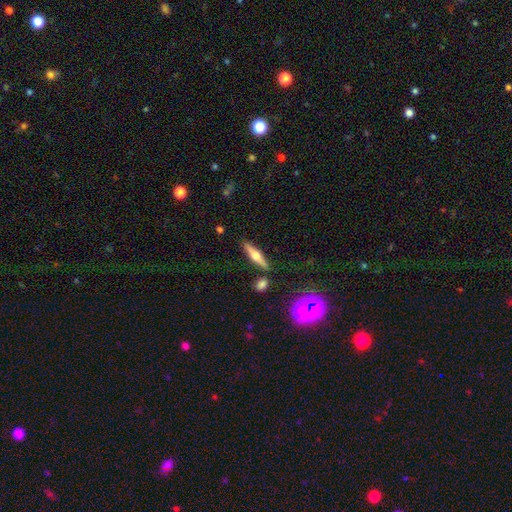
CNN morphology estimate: Smooth or featured? featured or disk (58%)
Edge-on disk? yes (96%)
Edge-on bulge? rounded (91%)
Merging? none (84%)